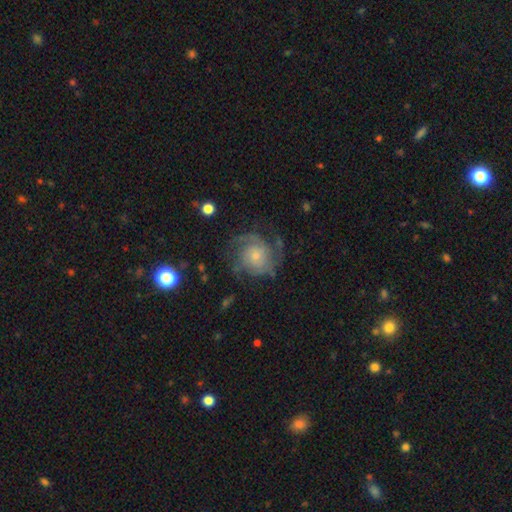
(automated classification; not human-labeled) smooth_or_featured: featured or disk (p=0.78) [alt: smooth p=0.15]
disk_edge_on: no (p=0.98) [alt: yes p=0.02]
bar: no (p=0.77) [alt: weak p=0.20]
has_spiral_arms: yes (p=0.92) [alt: no p=0.08]
spiral_winding: tight (p=0.48) [alt: medium p=0.39]
spiral_arm_count: 2 (p=0.33) [alt: can't tell p=0.28]
bulge_size: small (p=0.61) [alt: moderate p=0.29]
merging: none (p=0.66) [alt: minor disturbance p=0.18]